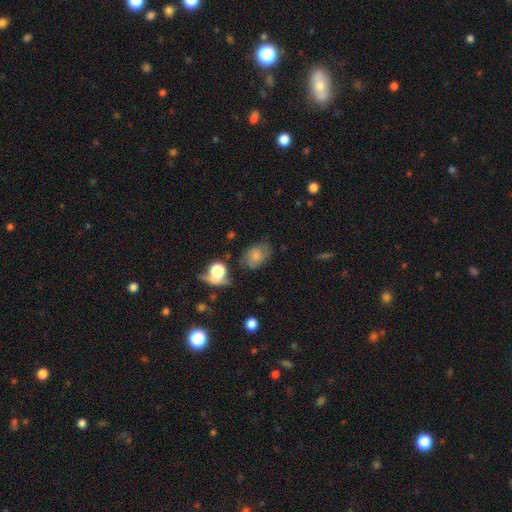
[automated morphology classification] Q: Smooth or featured?
A: smooth (66%); runner-up: featured or disk (21%)
Q: How rounded?
A: in between (73%); runner-up: round (26%)
Q: Merging?
A: none (59%); runner-up: minor disturbance (26%)